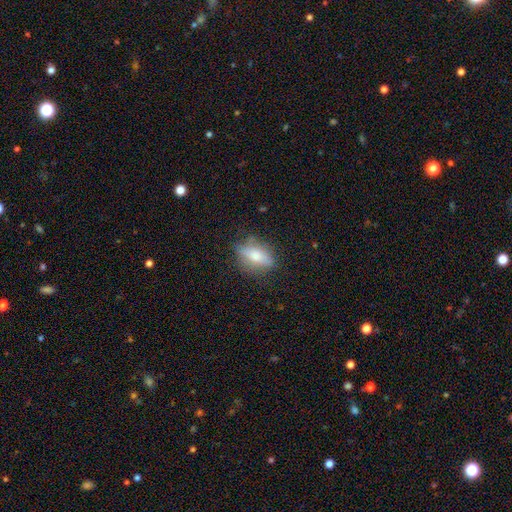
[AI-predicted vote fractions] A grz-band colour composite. It shows a smooth galaxy with no disk features (57%) that is in between round and cigar-shaped (73%). Merging: none (72%).